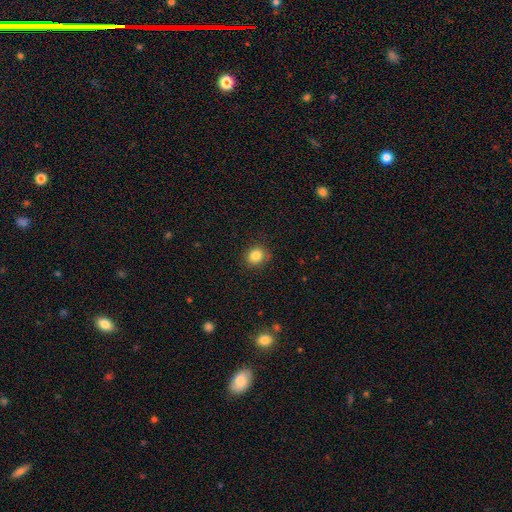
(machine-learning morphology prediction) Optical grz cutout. It shows a smooth galaxy with no disk features (84%) that is round (74%). Merging: none (86%).